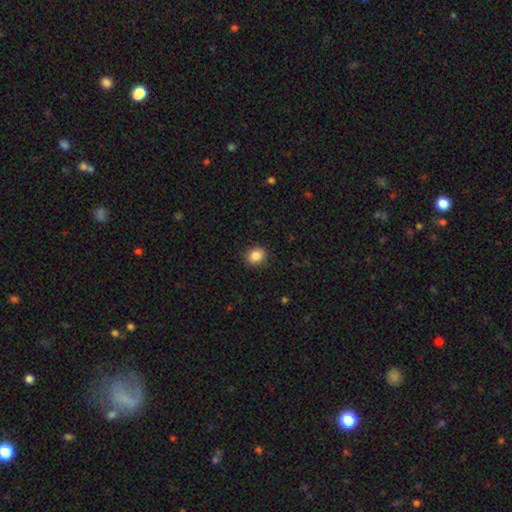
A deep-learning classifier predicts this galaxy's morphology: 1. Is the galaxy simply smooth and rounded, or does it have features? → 87% smooth, 9% star or artifact, 4% featured or disk.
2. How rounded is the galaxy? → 63% round, 36% in between, 1% cigar-shaped.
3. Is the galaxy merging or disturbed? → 90% none, 7% minor disturbance, 2% major disturbance, 1% merger.